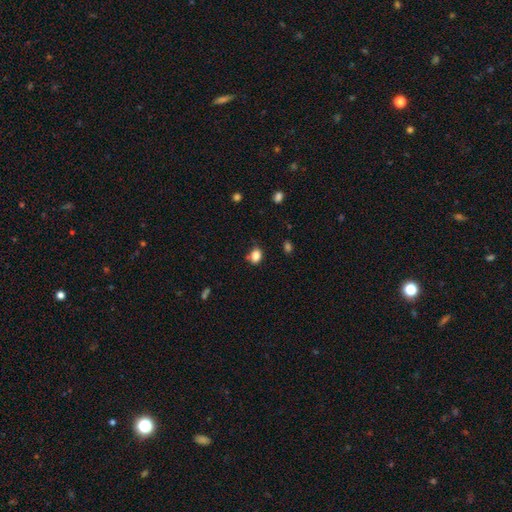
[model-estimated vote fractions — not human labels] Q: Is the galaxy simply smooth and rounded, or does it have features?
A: smooth — 84%.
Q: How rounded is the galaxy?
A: in between — 63%.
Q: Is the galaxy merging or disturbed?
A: none — 69%.